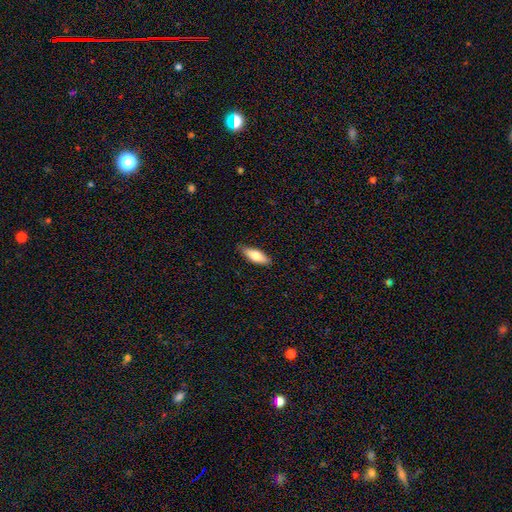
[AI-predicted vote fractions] Overall: smooth (73%). How rounded: in between (67%; cigar-shaped 31%). Merging: none (85%).